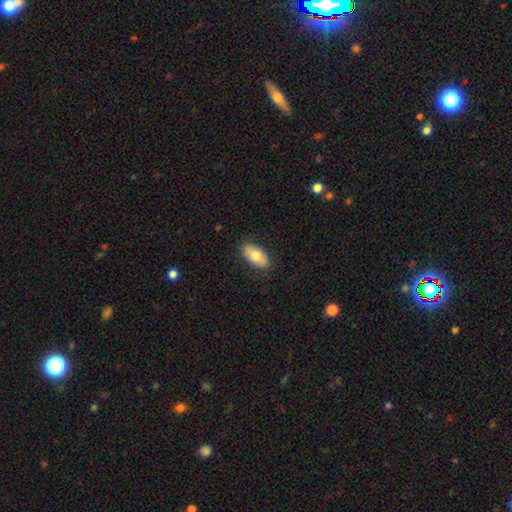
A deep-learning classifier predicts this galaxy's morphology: This is likely a smooth galaxy (76%). How rounded: clearly in between (93%). Merging: clearly none (86%).